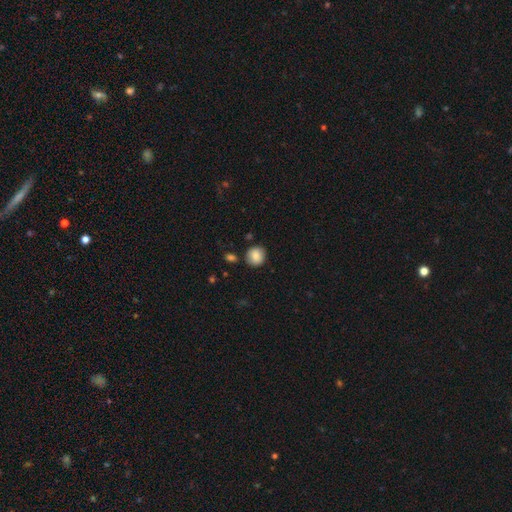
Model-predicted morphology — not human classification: type=smooth (86%); roundness=round (88%); merging=none (85%).